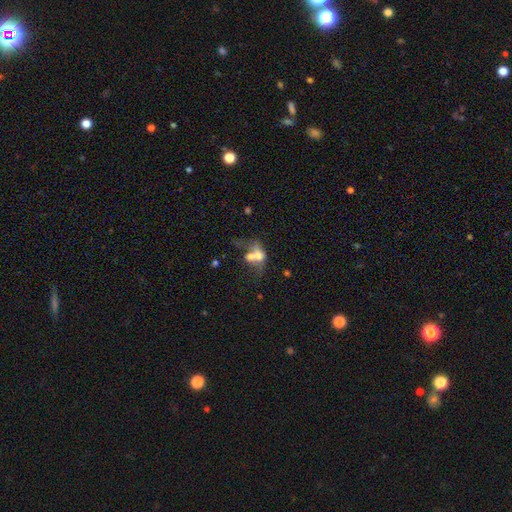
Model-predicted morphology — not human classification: A smooth galaxy with no disk features (53%) that is in between round and cigar-shaped (66%).

Vote fractions:
- Smooth or featured? smooth: 53% / featured or disk: 34% / star or artifact: 13%
- How rounded? in between: 66% / round: 30% / cigar-shaped: 4%
- Merging? merger: 62% / none: 15% / major disturbance: 15% / minor disturbance: 8%